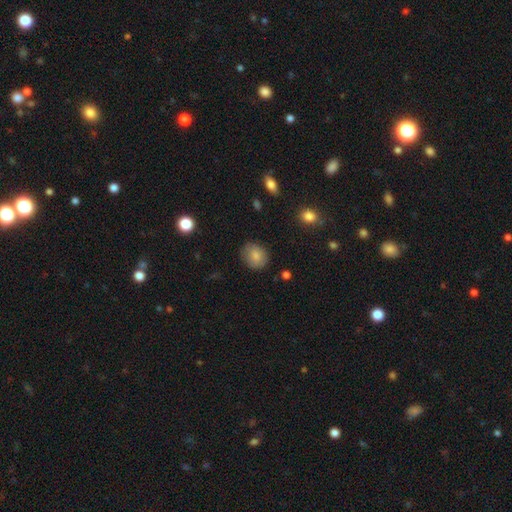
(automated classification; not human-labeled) A smooth galaxy with no disk features (83%) that is round (63%). Merging: none (82%).